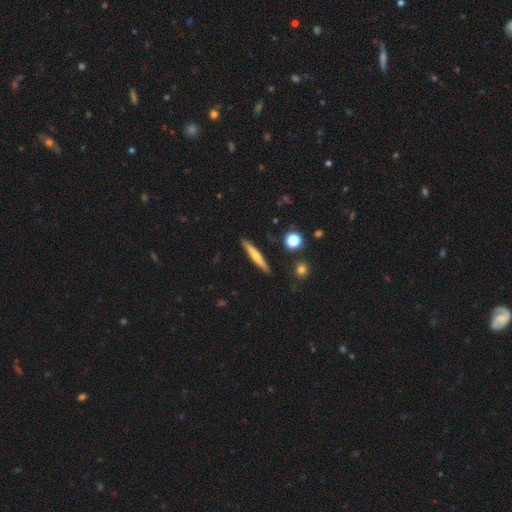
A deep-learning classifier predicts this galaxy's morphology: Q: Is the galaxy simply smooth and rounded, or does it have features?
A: smooth — 54%.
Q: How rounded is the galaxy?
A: cigar-shaped — 93%.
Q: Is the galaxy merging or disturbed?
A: none — 89%.